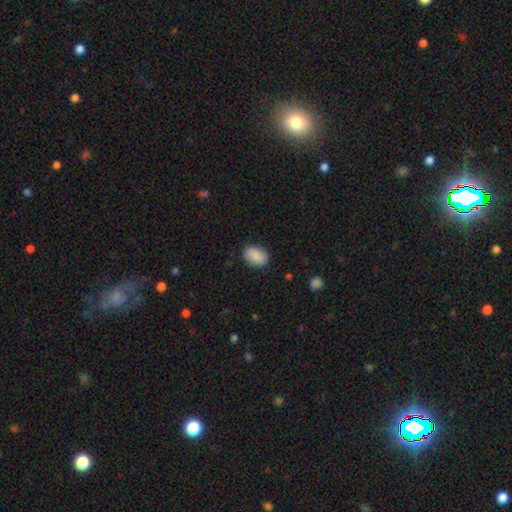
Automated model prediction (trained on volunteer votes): This is clearly a smooth galaxy (89%). How rounded: likely in between (80%). Merging: clearly none (84%).